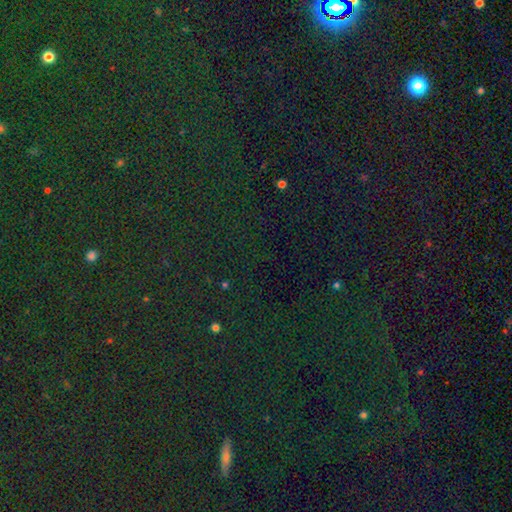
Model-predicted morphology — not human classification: The model was most divided on "smooth or featured": star or artifact: 80%, smooth: 12%, featured or disk: 8%.